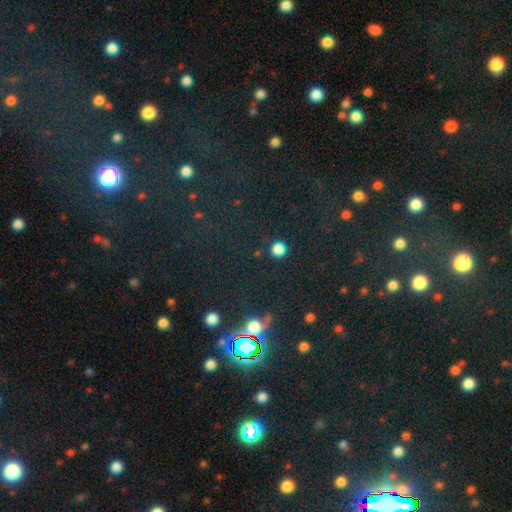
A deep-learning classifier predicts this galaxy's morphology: This is likely a star or artifact rather than a galaxy (76%).